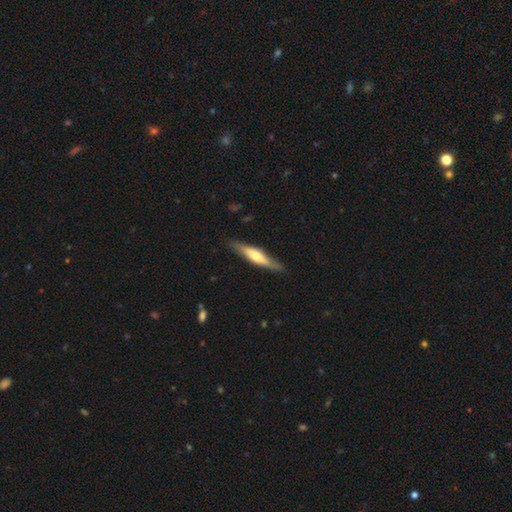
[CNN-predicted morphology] Smooth or featured? Predicted: featured or disk (p=0.51). Edge-on disk? Predicted: yes (p=0.88). Merging? Predicted: none (p=0.84).